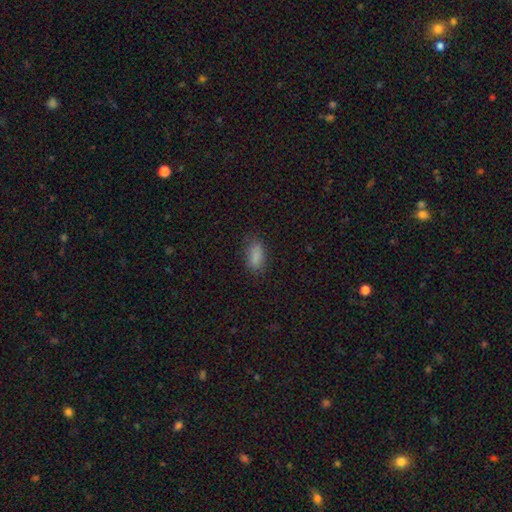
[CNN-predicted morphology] Q: Smooth or featured?
A: smooth (85%); runner-up: star or artifact (10%)
Q: How rounded?
A: in between (89%); runner-up: cigar-shaped (7%)
Q: Merging?
A: none (79%); runner-up: minor disturbance (16%)